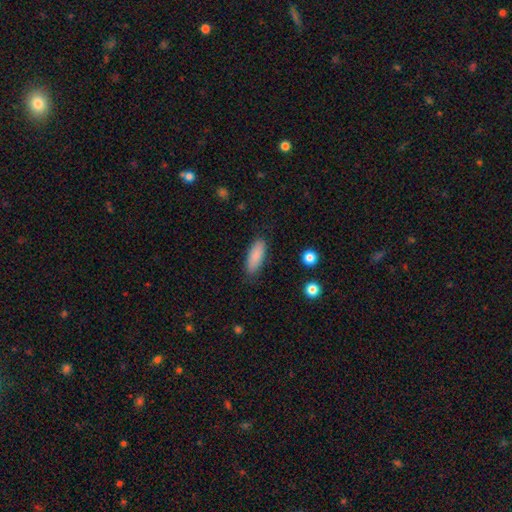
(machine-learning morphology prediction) smooth-or-featured: smooth: 87% | star or artifact: 7% | featured or disk: 6%
  how-rounded: in between: 64% | cigar-shaped: 34% | round: 2%
  merging: none: 84% | minor disturbance: 12% | major disturbance: 3% | merger: 1%